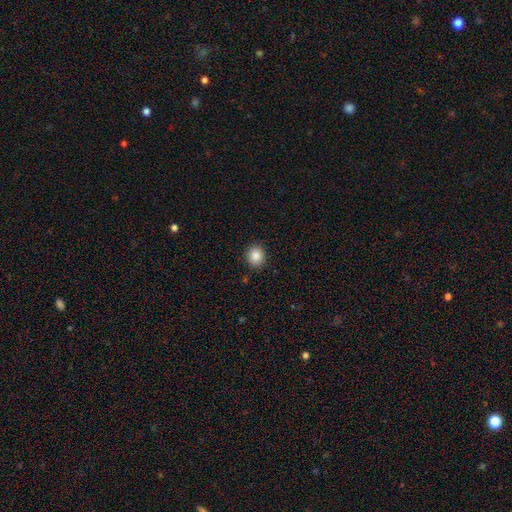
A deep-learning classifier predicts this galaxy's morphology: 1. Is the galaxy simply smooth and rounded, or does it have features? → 86% smooth, 9% star or artifact, 4% featured or disk.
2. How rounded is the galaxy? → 74% round, 25% in between, 1% cigar-shaped.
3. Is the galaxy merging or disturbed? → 90% none, 7% minor disturbance, 2% major disturbance, 1% merger.